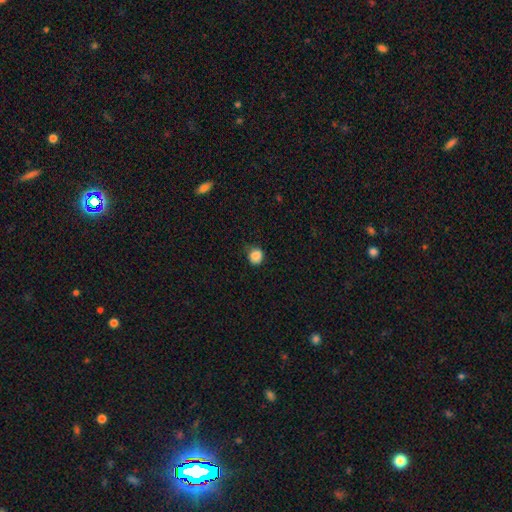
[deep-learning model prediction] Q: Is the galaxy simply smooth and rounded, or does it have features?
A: smooth — 86%.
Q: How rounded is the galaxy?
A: round — 74%.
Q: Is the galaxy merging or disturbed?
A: none — 65%.